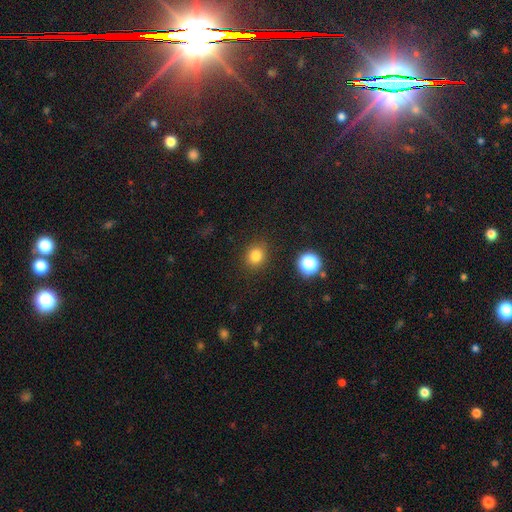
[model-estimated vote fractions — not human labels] smooth-or-featured: smooth: 81% | star or artifact: 14% | featured or disk: 6%
  how-rounded: round: 78% | in between: 21% | cigar-shaped: 1%
  merging: none: 88% | minor disturbance: 8% | major disturbance: 3% | merger: 2%